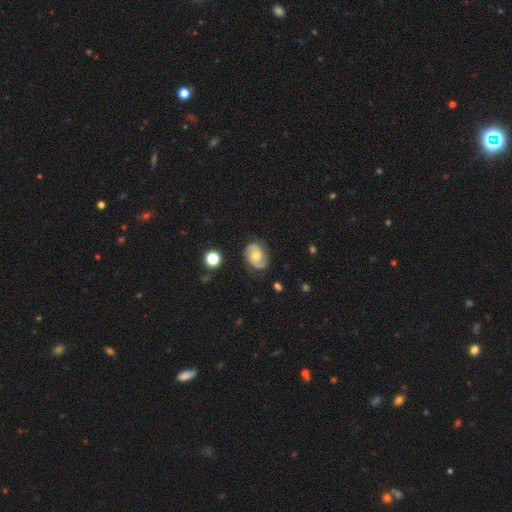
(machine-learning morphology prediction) Smooth or featured: featured or disk — 76% (smooth — 17%)
Edge-on disk: no — 97% (yes — 3%)
Bar: no — 70% (weak — 25%)
Spiral arms: yes — 93% (no — 7%)
Spiral winding: medium — 46% (tight — 36%)
Spiral arm count: 2 — 89% (can't tell — 5%)
Bulge size: moderate — 71% (small — 23%)
Merging: none — 82% (minor disturbance — 13%)